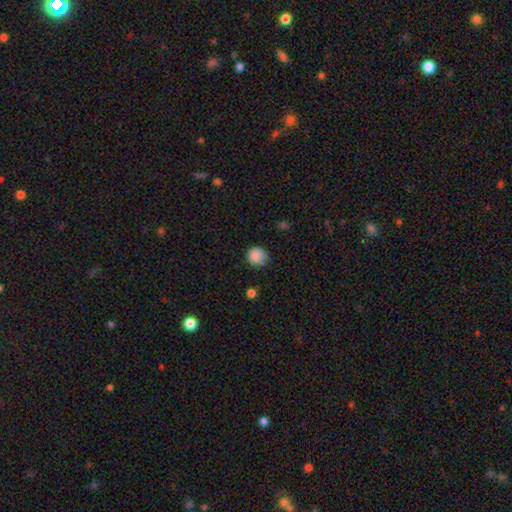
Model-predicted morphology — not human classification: smooth_or_featured: smooth (p=0.86) [alt: star or artifact p=0.10]
how_rounded: round (p=0.81) [alt: in between p=0.18]
merging: none (p=0.66) [alt: minor disturbance p=0.27]